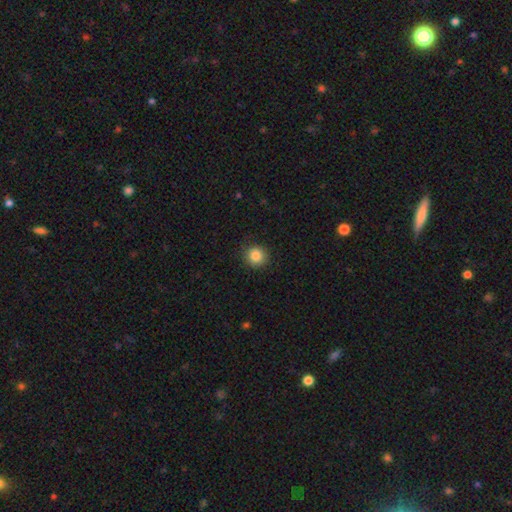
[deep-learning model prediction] smooth_or_featured: smooth (p=0.85) [alt: star or artifact p=0.10]
how_rounded: round (p=0.93) [alt: in between p=0.06]
merging: none (p=0.90) [alt: minor disturbance p=0.07]